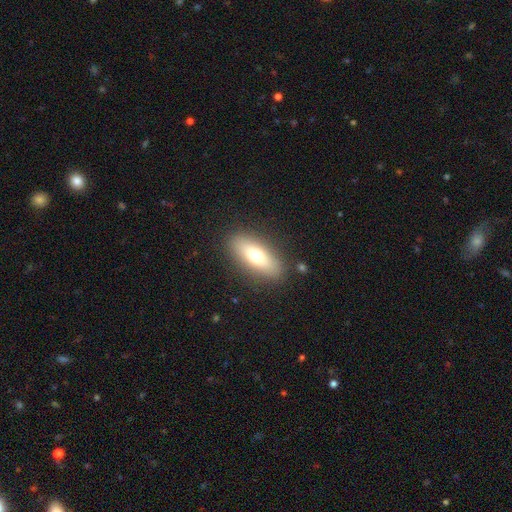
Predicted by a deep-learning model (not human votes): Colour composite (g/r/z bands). It shows a smooth galaxy with no disk features (68%) that is in between round and cigar-shaped (71%). Merging: none (87%).